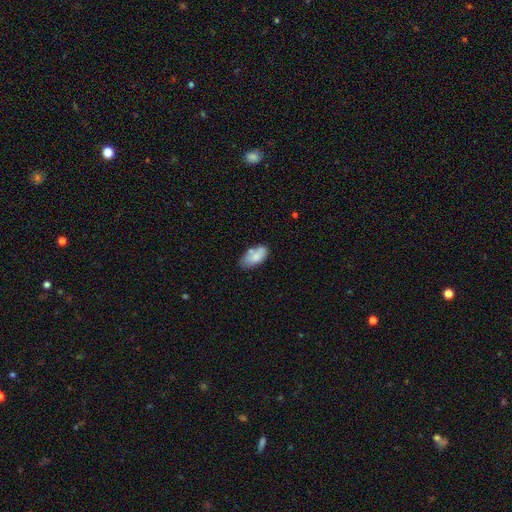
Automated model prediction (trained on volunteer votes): Smooth or featured: smooth — 76% (featured or disk — 17%)
How rounded: in between — 92% (cigar-shaped — 5%)
Merging: none — 58% (minor disturbance — 24%)